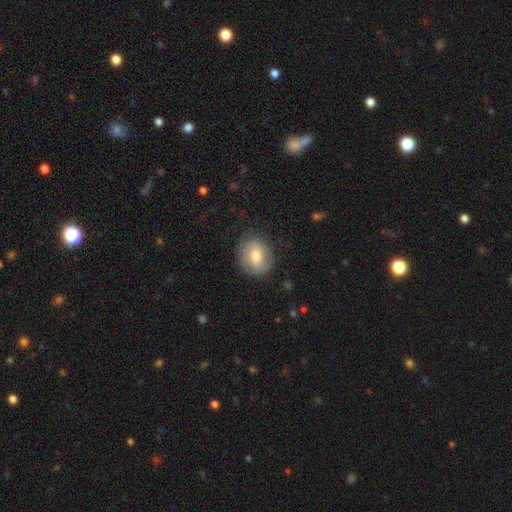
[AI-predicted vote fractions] Morphology: type=smooth (65%); roundness=round (66%); merging=none (79%).